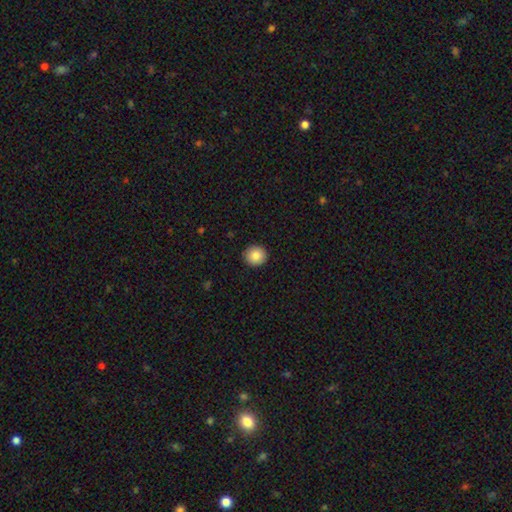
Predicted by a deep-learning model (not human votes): This is clearly a smooth galaxy (86%). How rounded: clearly round (91%). Merging: clearly none (92%).